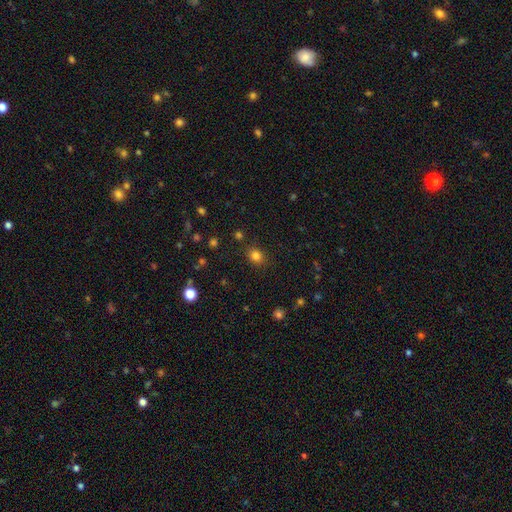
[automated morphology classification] Overall: smooth (81%). How rounded: round (62%; in between 37%). Merging: none (85%).